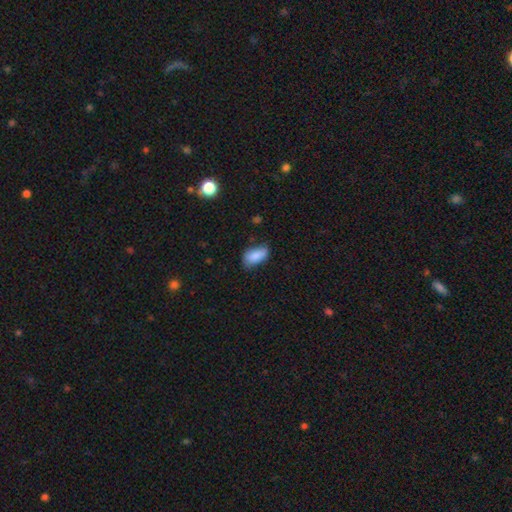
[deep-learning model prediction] The model was most divided on "merging": none: 59%, minor disturbance: 33%, major disturbance: 7%, merger: 2%. More confident: how rounded — in between (92%); smooth or featured — smooth (84%).